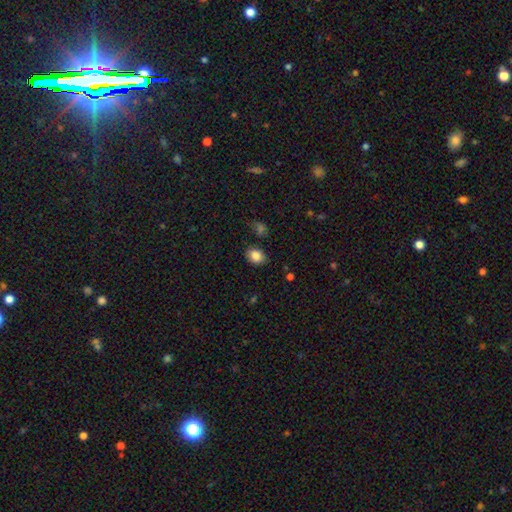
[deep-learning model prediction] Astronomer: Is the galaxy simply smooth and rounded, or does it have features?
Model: smooth — 85%.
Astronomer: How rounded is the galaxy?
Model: in between — 66%.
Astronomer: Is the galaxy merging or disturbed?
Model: none — 82%.